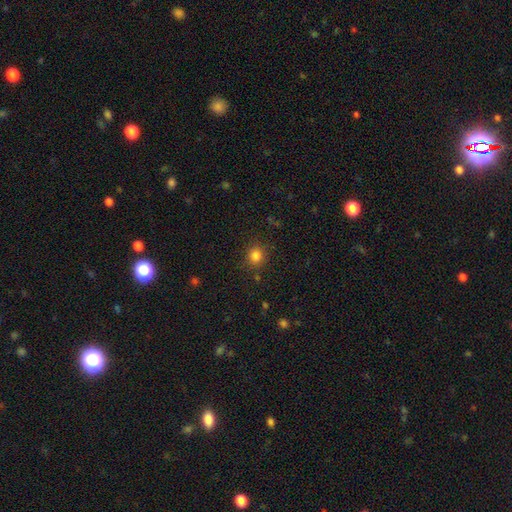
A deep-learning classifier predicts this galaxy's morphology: This appears to be a smooth galaxy with no disk features (83%) that is round (85%). Merging: none (86%).